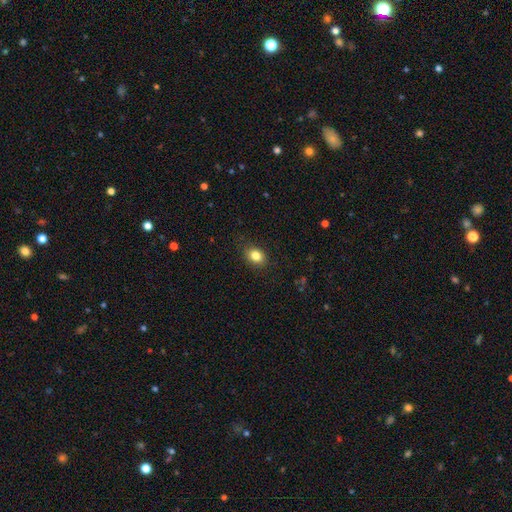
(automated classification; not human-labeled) Overall: smooth (83%). How rounded: in between (63%; round 36%). Merging: none (86%).